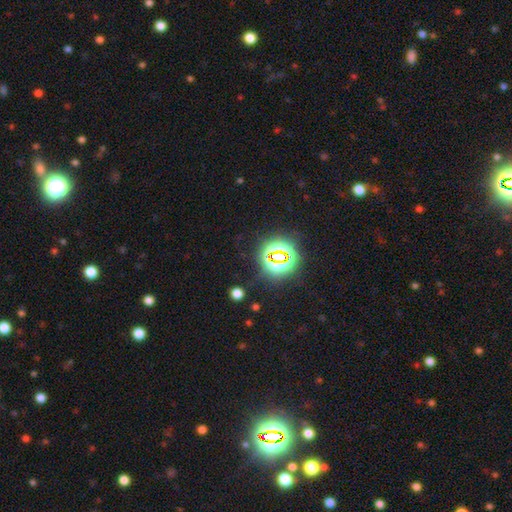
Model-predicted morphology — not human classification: A star or artifact, not a galaxy (73%).

Vote fractions:
- Smooth or featured? star or artifact: 73% / smooth: 20% / featured or disk: 7%